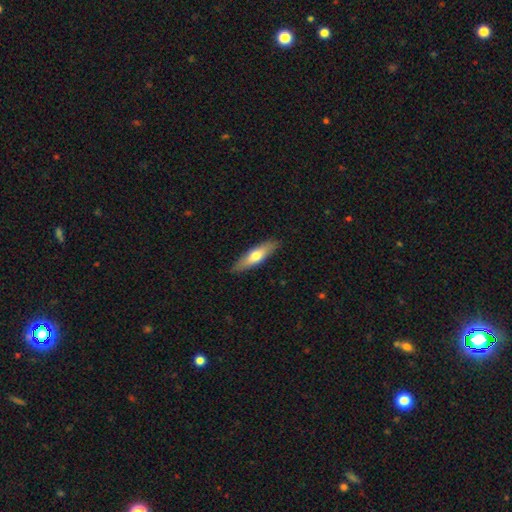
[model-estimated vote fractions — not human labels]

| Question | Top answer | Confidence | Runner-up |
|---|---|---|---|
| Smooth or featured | smooth | 61% | featured or disk (34%) |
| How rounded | cigar-shaped | 64% | in between (34%) |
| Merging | none | 88% | minor disturbance (10%) |